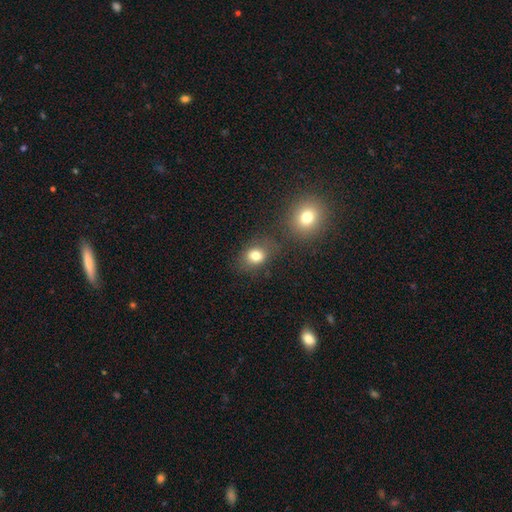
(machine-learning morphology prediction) The model was most divided on "how rounded": round: 52%, in between: 46%, cigar-shaped: 1%. More confident: smooth or featured — smooth (79%); merging — none (67%).